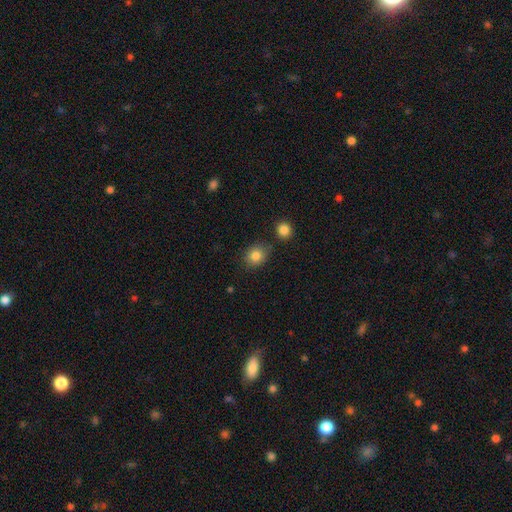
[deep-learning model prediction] Q: Smooth or featured?
A: smooth (84%); runner-up: star or artifact (10%)
Q: How rounded?
A: round (69%); runner-up: in between (30%)
Q: Merging?
A: none (80%); runner-up: minor disturbance (11%)